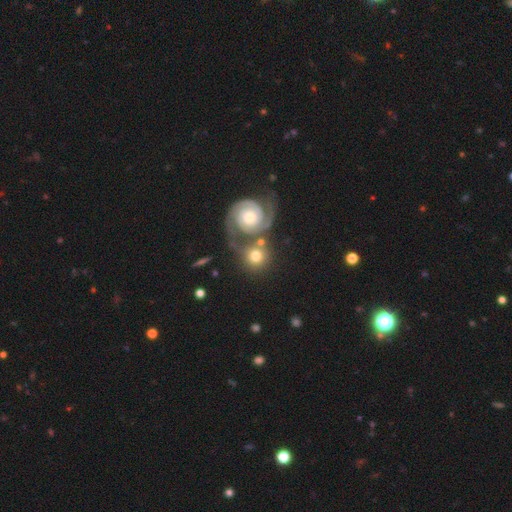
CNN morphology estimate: Q: Smooth or featured?
A: smooth (50%); runner-up: featured or disk (43%)
Q: Merging?
A: none (51%); runner-up: merger (34%)